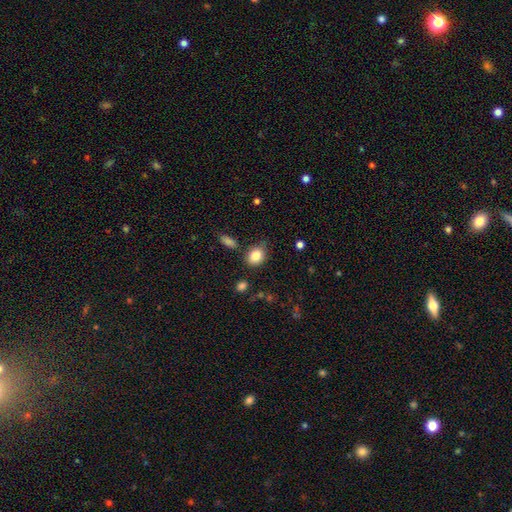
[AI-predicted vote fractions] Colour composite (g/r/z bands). It shows a smooth galaxy with no disk features (83%) that is in between round and cigar-shaped (54%). Merging: none (75%).